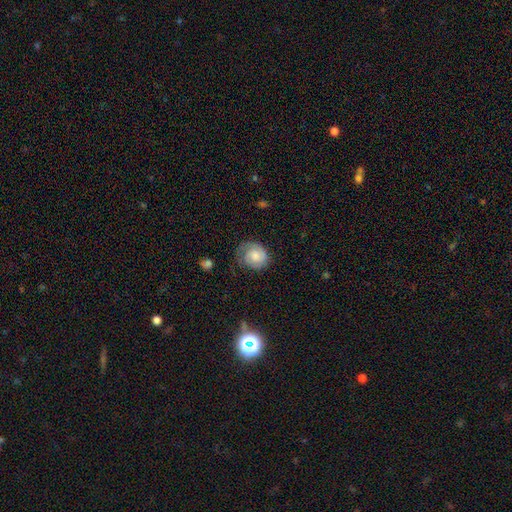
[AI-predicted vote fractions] Smooth or featured: featured or disk — 59% (smooth — 33%)
Edge-on disk: no — 98% (yes — 2%)
Bar: no — 67% (weak — 29%)
Spiral arms: yes — 91% (no — 9%)
Spiral winding: tight — 59% (medium — 30%)
Spiral arm count: 2 — 43% (1 — 36%)
Bulge size: moderate — 43% (small — 28%)
Merging: none — 61% (minor disturbance — 25%)